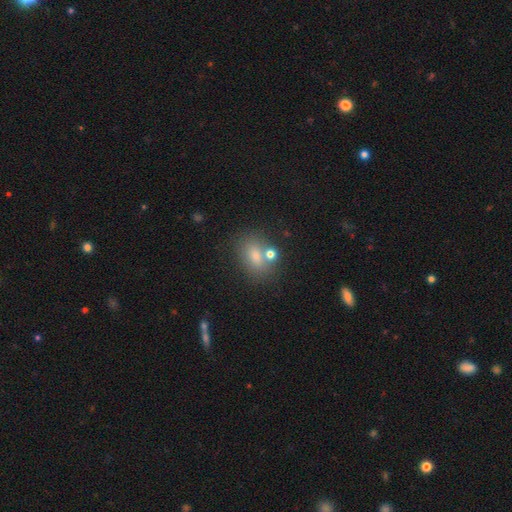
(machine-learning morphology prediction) This is likely a smooth galaxy (70%). How rounded: likely in between (68%). Merging: likely none (63%).